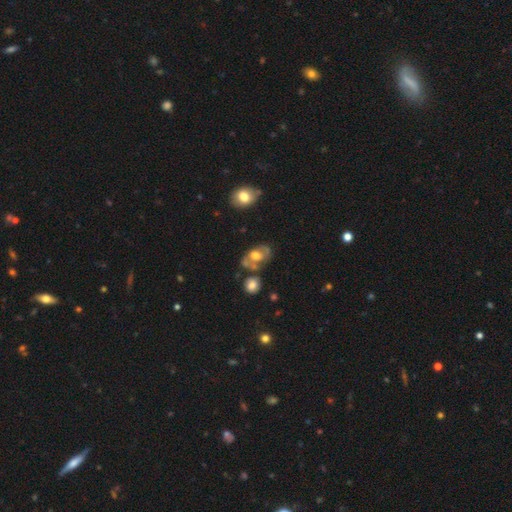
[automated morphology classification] Smooth or featured?
  - featured or disk: 56% *
  - smooth: 36%
  - star or artifact: 8%
Edge-on disk?
  - no: 93% *
  - yes: 7%
Bar?
  - no: 68% *
  - weak: 25%
  - strong: 7%
Spiral arms?
  - yes: 51% *
  - no: 49%
Bulge size?
  - moderate: 57% *
  - large: 32%
  - small: 7%
  - none: 2%
  - dominant: 2%
Merging?
  - none: 57% *
  - minor disturbance: 20%
  - merger: 15%
  - major disturbance: 9%